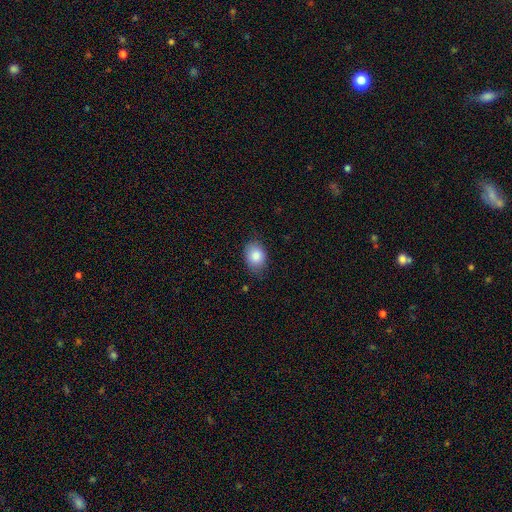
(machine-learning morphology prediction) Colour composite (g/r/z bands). It shows a smooth galaxy with no disk features (85%) that is in between round and cigar-shaped (68%). Merging: none (79%).